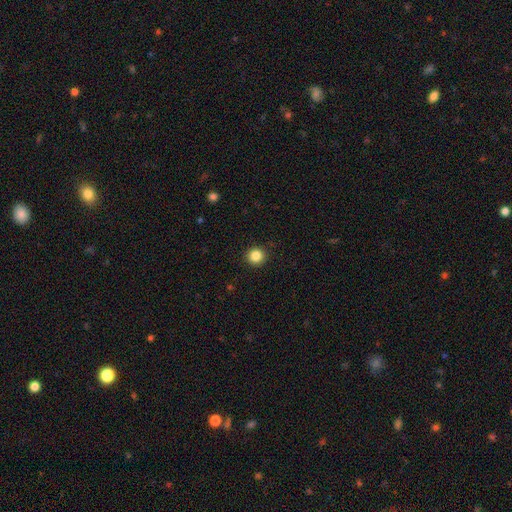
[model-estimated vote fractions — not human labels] A smooth galaxy with no disk features (85%) that is round (93%). Merging: none (92%).